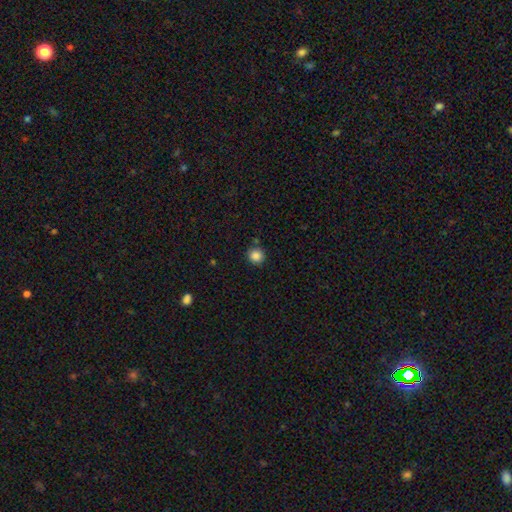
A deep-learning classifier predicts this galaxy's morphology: This appears to be a smooth galaxy with no disk features (86%) that is round (93%). Merging: none (86%).